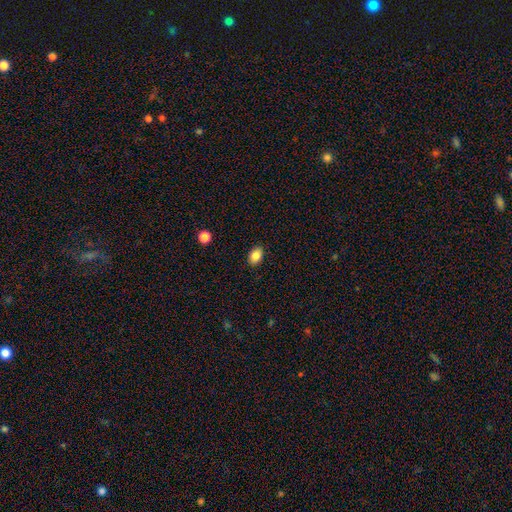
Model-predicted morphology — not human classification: Overall: smooth (86%). How rounded: in between (81%). Merging: none (89%).